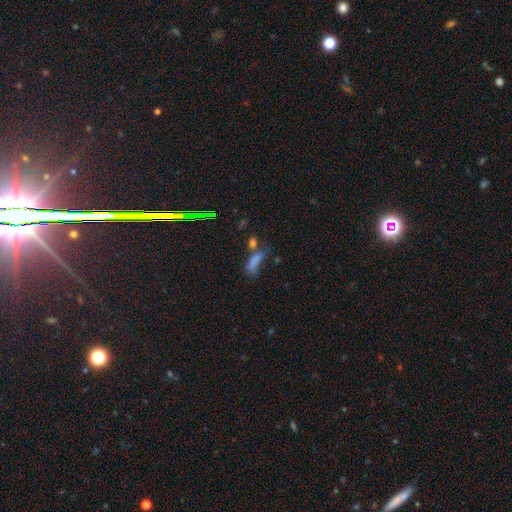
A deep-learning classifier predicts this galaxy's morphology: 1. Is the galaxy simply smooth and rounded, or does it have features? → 42% smooth, 38% star or artifact, 21% featured or disk.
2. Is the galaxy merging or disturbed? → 43% none, 22% merger, 18% minor disturbance, 16% major disturbance.